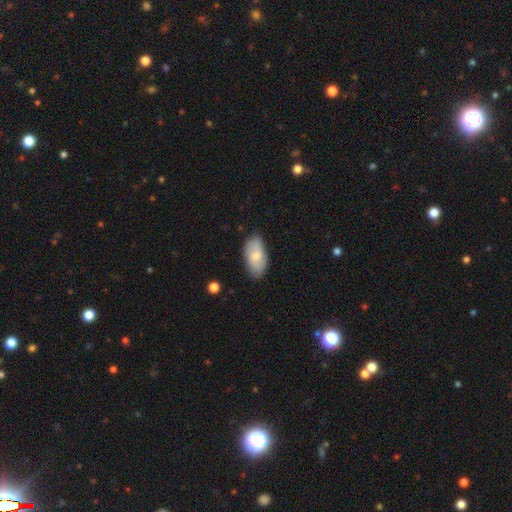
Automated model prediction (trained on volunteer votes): smooth 72%, featured or disk 22%, star or artifact 6%. Down the decision tree: how rounded — in between (94%); merging — none (77%).